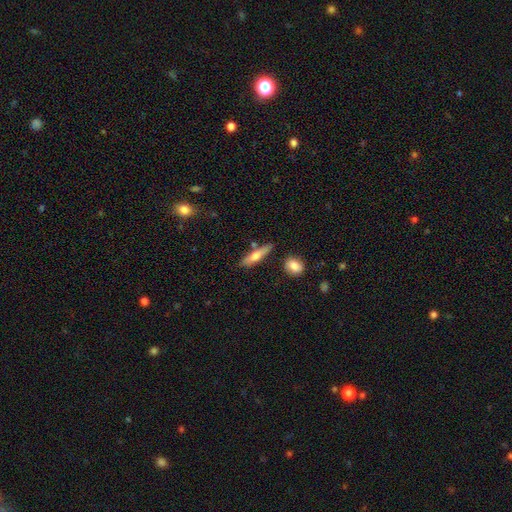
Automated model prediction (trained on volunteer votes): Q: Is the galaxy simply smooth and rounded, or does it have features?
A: smooth — 61%.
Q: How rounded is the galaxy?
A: cigar-shaped — 74%.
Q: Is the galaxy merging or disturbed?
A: none — 72%.